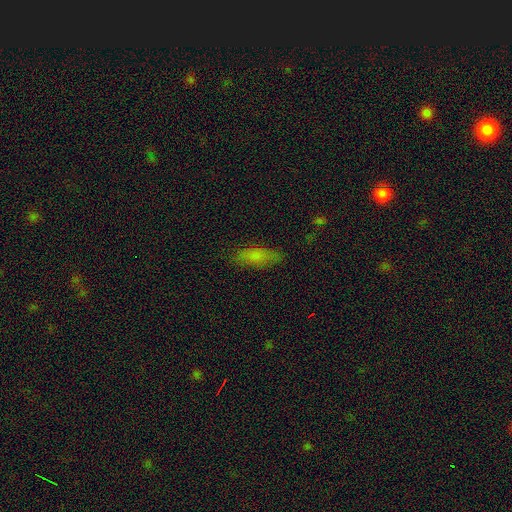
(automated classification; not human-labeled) This is likely a smooth galaxy (78%). How rounded: likely in between (62%). Merging: clearly none (82%).